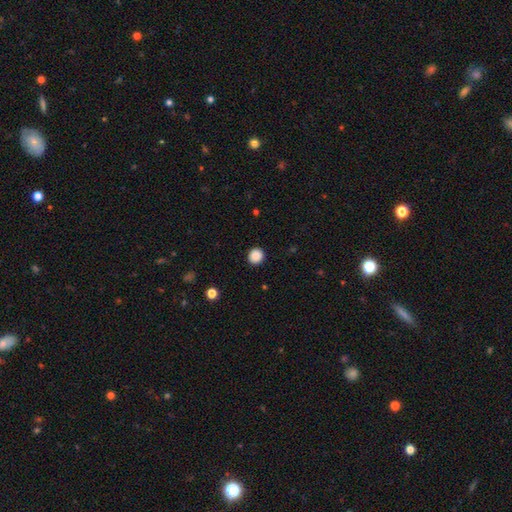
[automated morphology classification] smooth_or_featured: smooth (p=0.88) [alt: star or artifact p=0.10]
how_rounded: round (p=0.92) [alt: in between p=0.07]
merging: none (p=0.92) [alt: minor disturbance p=0.05]